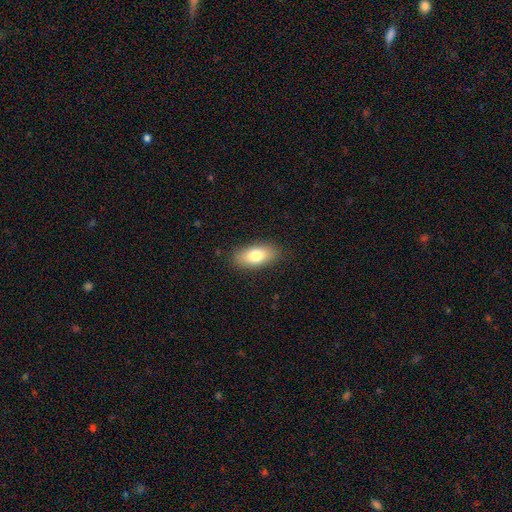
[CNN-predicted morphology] smooth 78%, featured or disk 15%, star or artifact 7%. Down the decision tree: how rounded — in between (88%); merging — none (87%).